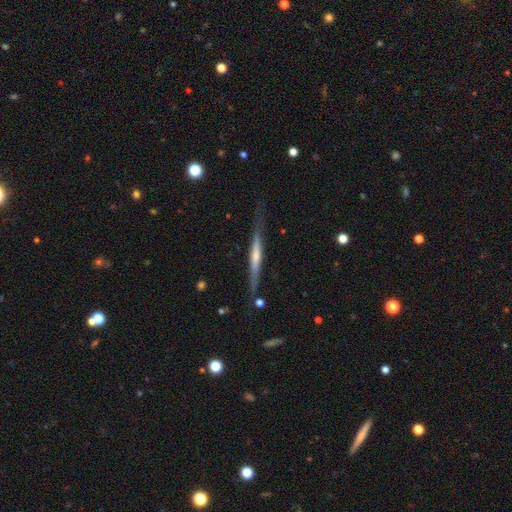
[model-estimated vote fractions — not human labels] smooth-or-featured: featured or disk: 68% | smooth: 26% | star or artifact: 6%
  disk-edge-on: yes: 96% | no: 4%
    edge-on-bulge: rounded: 51% | none: 36% | boxy: 13%
  merging: none: 75% | minor disturbance: 18% | major disturbance: 5% | merger: 2%